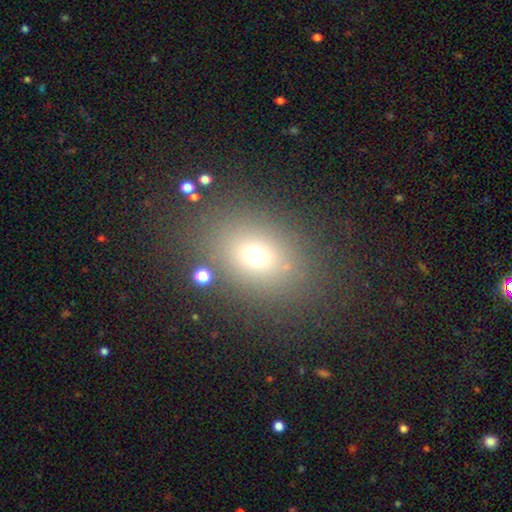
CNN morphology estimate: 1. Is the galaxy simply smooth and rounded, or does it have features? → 67% smooth, 22% star or artifact, 12% featured or disk.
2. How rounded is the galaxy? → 61% in between, 37% round, 2% cigar-shaped.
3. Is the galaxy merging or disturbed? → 81% none, 10% minor disturbance, 5% major disturbance, 4% merger.